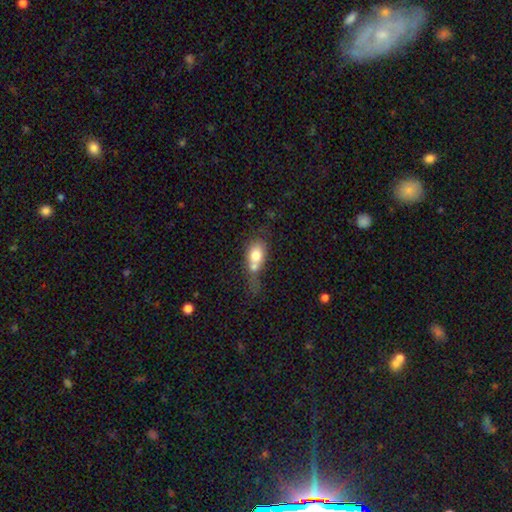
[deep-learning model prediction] Morphology: type=smooth (72%); roundness=in between (71%); merging=merger (53%).